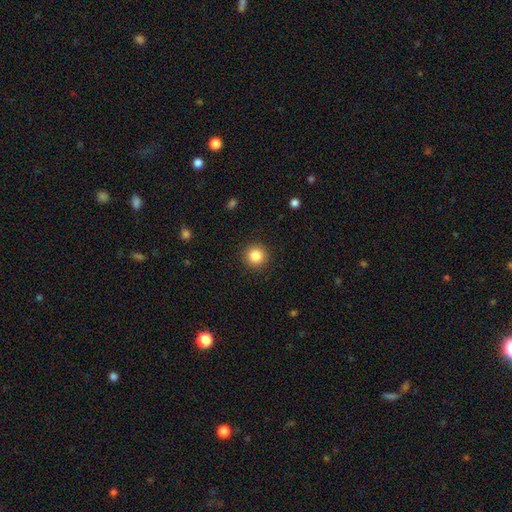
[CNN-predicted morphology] smooth-or-featured: smooth: 86% | star or artifact: 10% | featured or disk: 4%
  how-rounded: round: 95% | in between: 4% | cigar-shaped: 1%
  merging: none: 92% | minor disturbance: 5% | major disturbance: 2% | merger: 1%